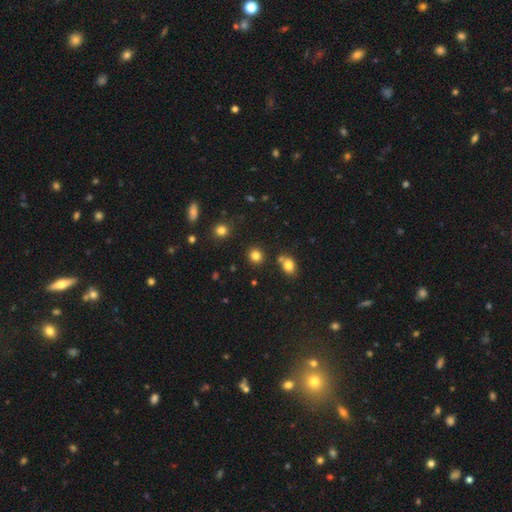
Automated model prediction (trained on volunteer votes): smooth 81%, star or artifact 13%, featured or disk 5%. Down the decision tree: how rounded — round (87%); merging — none (83%).